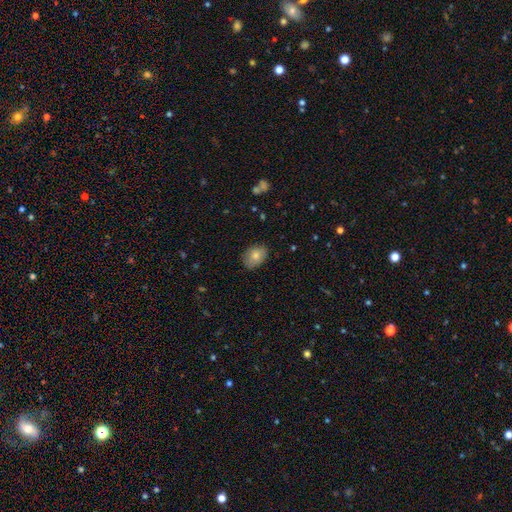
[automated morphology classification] Smooth or featured? smooth (80%)
How rounded? in between (72%)
Merging? none (80%)